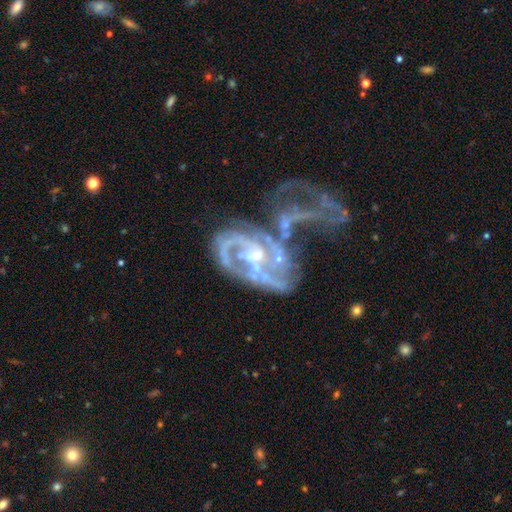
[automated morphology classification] A featured or disk galaxy (85%) with no bar (61%), medium (39%) spiral arms (80%) and a small central bulge (58%). Merging: merger (39%).